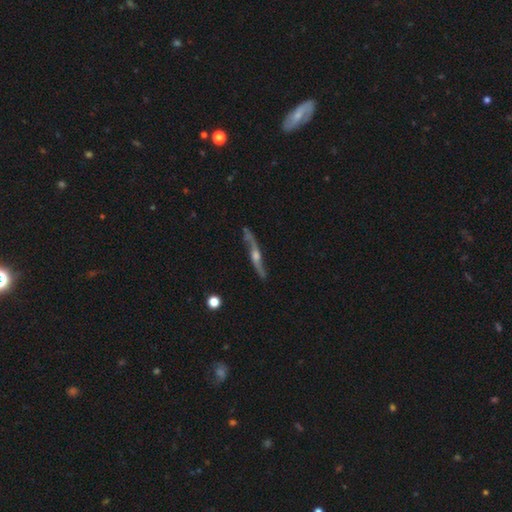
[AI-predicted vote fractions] Smooth or featured: featured or disk — 84% (smooth — 10%)
Edge-on disk: yes — 74% (no — 26%)
Edge-on bulge: rounded — 86% (none — 8%)
Merging: none — 79% (minor disturbance — 15%)